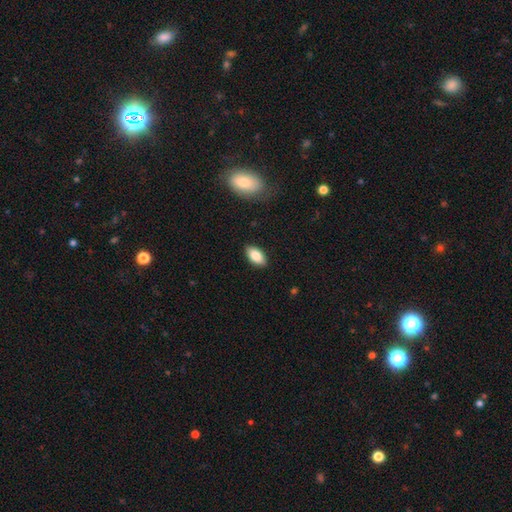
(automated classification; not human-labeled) This is clearly a smooth galaxy (85%). How rounded: clearly in between (92%). Merging: clearly none (88%).